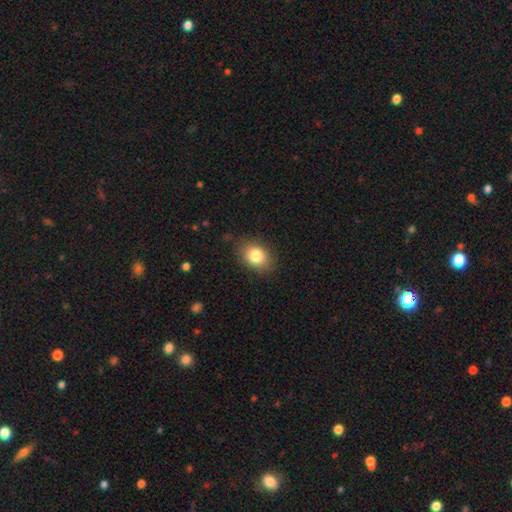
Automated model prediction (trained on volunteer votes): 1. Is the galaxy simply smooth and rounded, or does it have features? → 83% smooth, 9% star or artifact, 8% featured or disk.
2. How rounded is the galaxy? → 64% in between, 35% round, 1% cigar-shaped.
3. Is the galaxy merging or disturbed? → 82% none, 13% minor disturbance, 3% major disturbance, 1% merger.